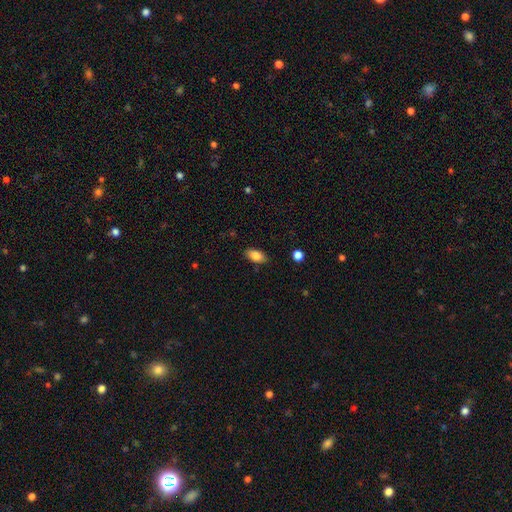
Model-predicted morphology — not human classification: smooth 83%, featured or disk 9%, star or artifact 8%. Down the decision tree: how rounded — in between (91%); merging — none (86%).